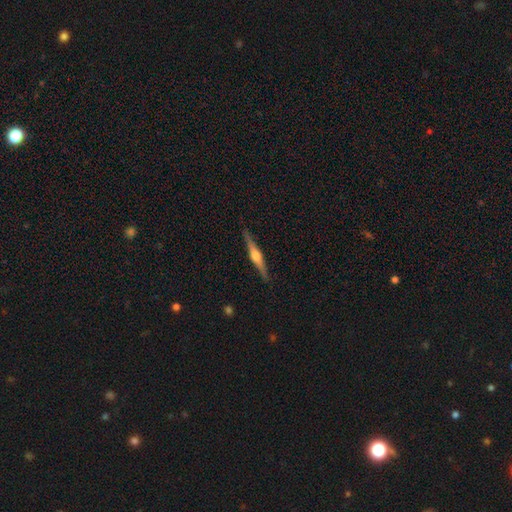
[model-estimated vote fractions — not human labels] This is likely a featured or disk galaxy (75%). It is clearly viewed edge-on (98%). Edge-on bulge: clearly rounded (92%). Merging: clearly none (90%).